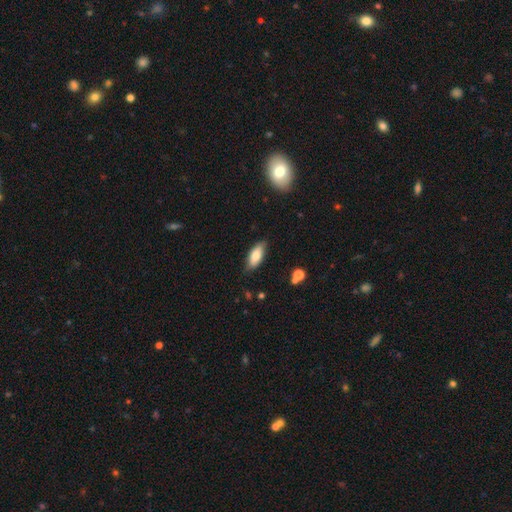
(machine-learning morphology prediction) smooth 78%, featured or disk 15%, star or artifact 6%. Down the decision tree: how rounded — in between (79%); merging — none (80%).